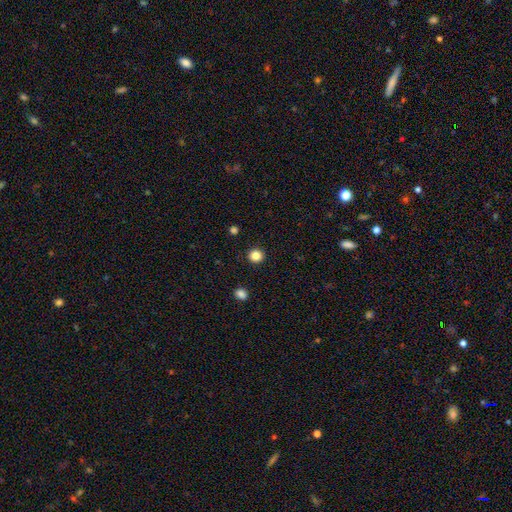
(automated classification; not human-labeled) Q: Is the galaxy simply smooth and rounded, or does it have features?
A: smooth — 85%.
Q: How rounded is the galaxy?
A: round — 93%.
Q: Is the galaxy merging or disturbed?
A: none — 92%.